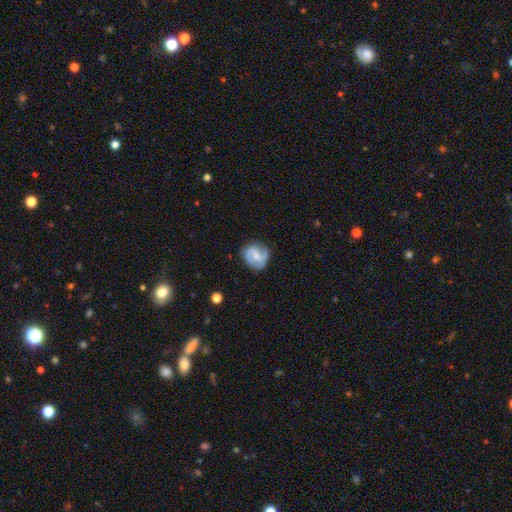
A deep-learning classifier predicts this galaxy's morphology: A featured or disk galaxy (56%) with a weak bar (49%), spiral arms (83%) and a small central bulge (48%). Merging: none (70%).